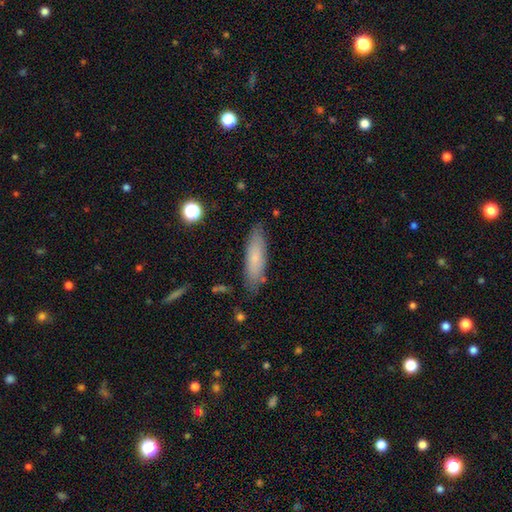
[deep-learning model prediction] smooth_or_featured: smooth (p=0.75) [alt: featured or disk p=0.18]
how_rounded: cigar-shaped (p=0.65) [alt: in between p=0.33]
merging: none (p=0.82) [alt: minor disturbance p=0.13]